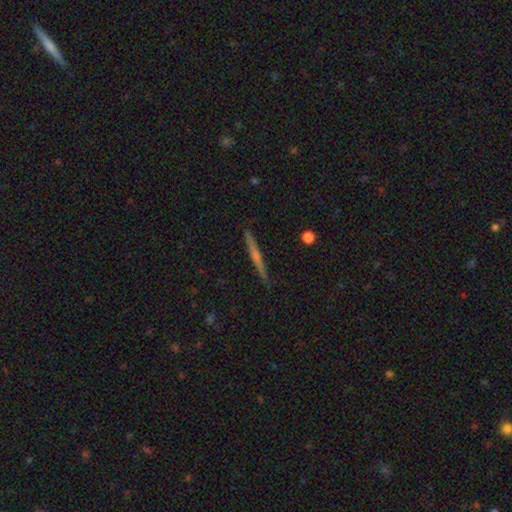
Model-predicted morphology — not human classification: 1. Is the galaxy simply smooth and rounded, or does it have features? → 62% featured or disk, 32% smooth, 7% star or artifact.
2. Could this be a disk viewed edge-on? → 98% yes, 2% no.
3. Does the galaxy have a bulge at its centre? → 55% rounded, 39% none, 7% boxy.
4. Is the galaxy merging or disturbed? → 91% none, 7% minor disturbance, 1% major disturbance, 1% merger.